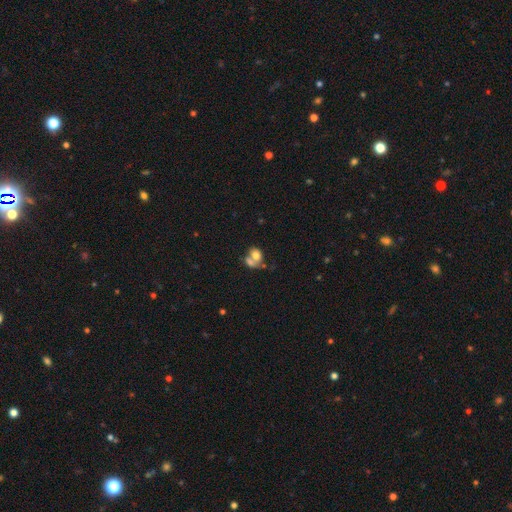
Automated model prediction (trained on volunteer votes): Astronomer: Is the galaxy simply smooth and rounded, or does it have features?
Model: smooth — 68%.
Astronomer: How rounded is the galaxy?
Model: in between — 53% (runner-up: round, 46%).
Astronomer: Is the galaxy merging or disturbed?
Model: merger — 58%.